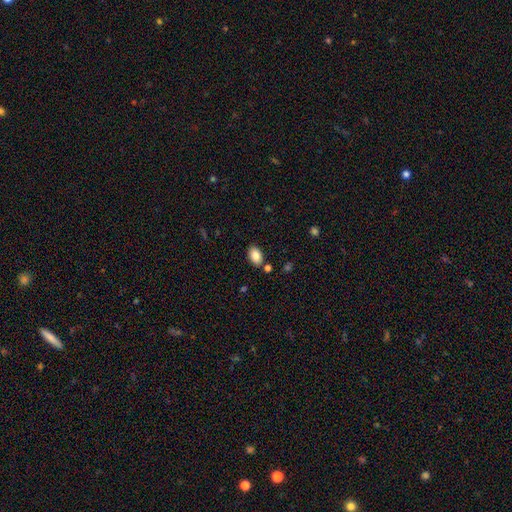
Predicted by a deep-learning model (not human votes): Smooth or featured? Predicted: smooth (p=0.86). How rounded? Predicted: in between (p=0.89). Merging? Predicted: none (p=0.82).